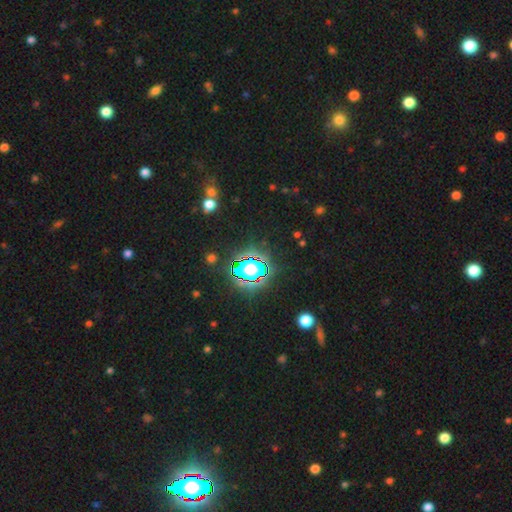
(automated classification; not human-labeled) Smooth or featured? star or artifact (80%)